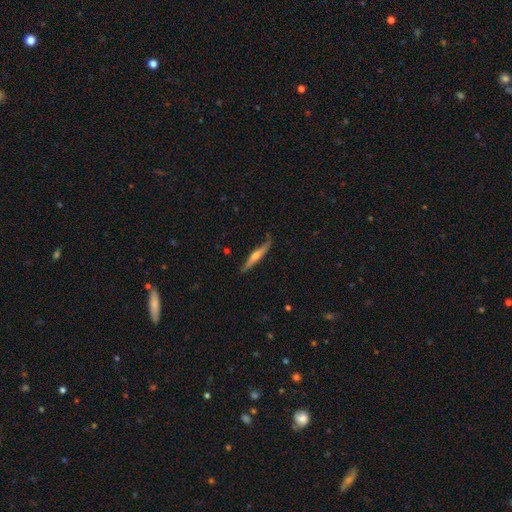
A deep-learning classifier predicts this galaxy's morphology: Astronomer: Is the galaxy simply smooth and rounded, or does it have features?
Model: featured or disk — 58% (runner-up: smooth, 37%).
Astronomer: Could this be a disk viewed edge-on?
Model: yes — 95%.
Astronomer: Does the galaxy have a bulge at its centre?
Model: rounded — 81%.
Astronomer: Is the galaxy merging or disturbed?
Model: none — 79%.